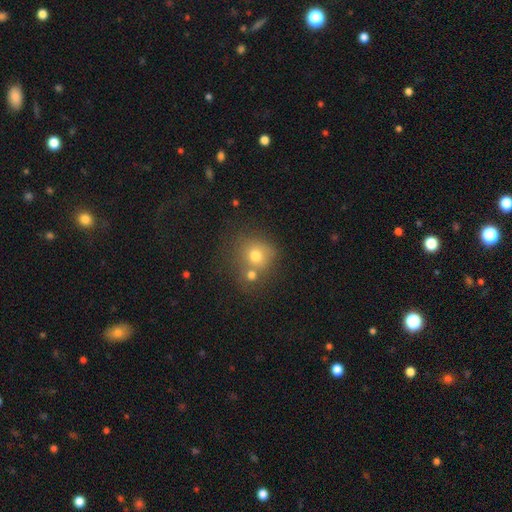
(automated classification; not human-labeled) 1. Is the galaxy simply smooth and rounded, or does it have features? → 71% smooth, 14% featured or disk, 14% star or artifact.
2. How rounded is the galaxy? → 81% round, 18% in between, 1% cigar-shaped.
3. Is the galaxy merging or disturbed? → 45% none, 39% merger, 11% minor disturbance, 5% major disturbance.